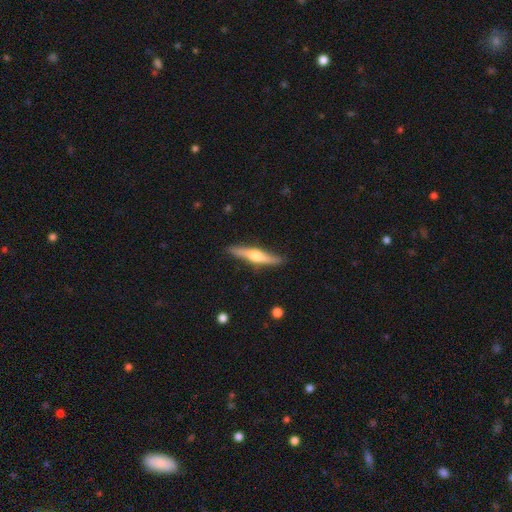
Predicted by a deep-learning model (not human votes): This is possibly a featured or disk galaxy (58%). It is clearly viewed edge-on (95%). Edge-on bulge: clearly rounded (89%). Merging: clearly none (86%).